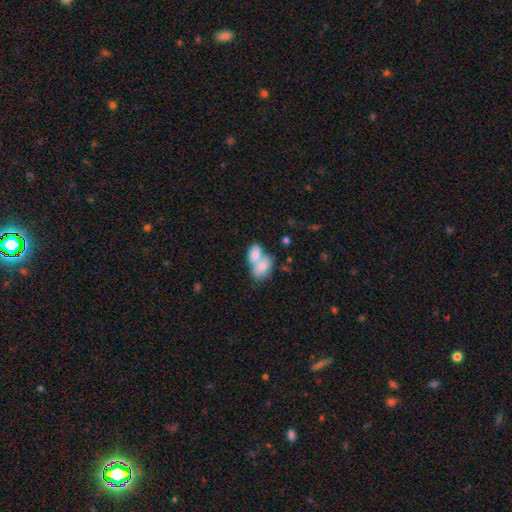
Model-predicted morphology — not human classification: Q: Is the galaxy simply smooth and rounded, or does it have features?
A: smooth — 77%.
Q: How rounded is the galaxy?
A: in between — 81%.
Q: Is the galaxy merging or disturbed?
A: merger — 76%.